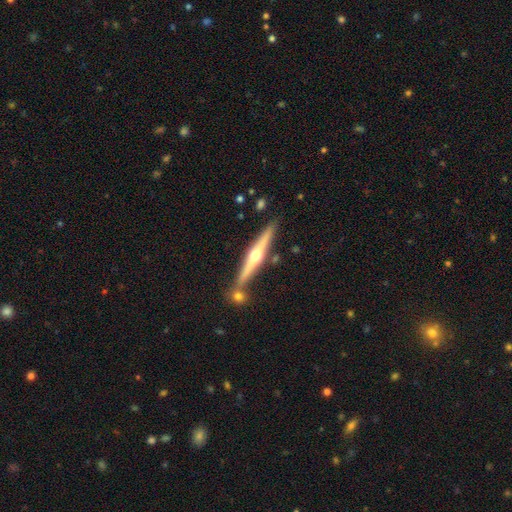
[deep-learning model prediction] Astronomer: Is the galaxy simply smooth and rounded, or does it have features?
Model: featured or disk — 75%.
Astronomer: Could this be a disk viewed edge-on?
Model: yes — 97%.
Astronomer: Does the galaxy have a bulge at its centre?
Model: rounded — 92%.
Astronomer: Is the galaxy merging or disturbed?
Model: none — 81%.